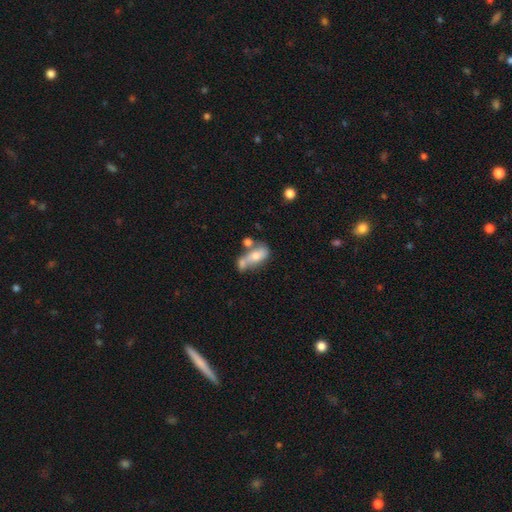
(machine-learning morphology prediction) This is possibly a smooth galaxy (58%). How rounded: clearly in between (82%). Merging: possibly merger (51%).